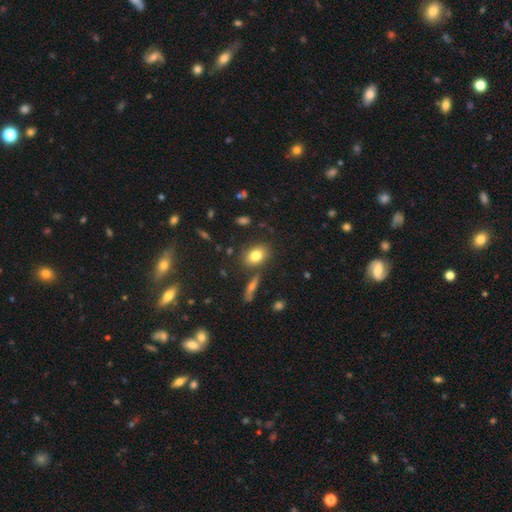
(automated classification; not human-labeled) Smooth or featured?
  - smooth: 80% *
  - featured or disk: 11%
  - star or artifact: 10%
How rounded?
  - in between: 69% *
  - round: 29%
  - cigar-shaped: 2%
Merging?
  - none: 78% *
  - minor disturbance: 12%
  - merger: 8%
  - major disturbance: 3%